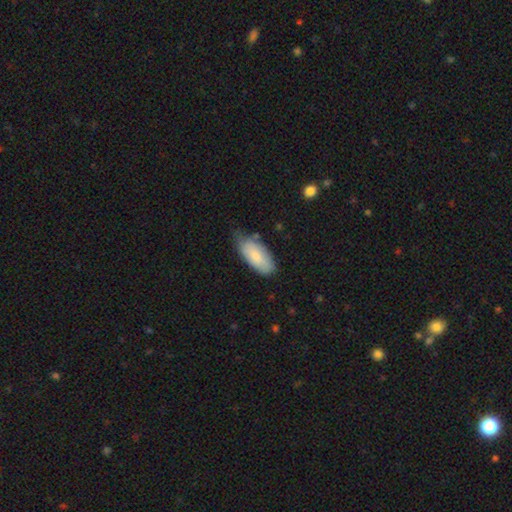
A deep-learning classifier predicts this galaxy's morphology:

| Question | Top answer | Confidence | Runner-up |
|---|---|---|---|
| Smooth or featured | smooth | 80% | featured or disk (15%) |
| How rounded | in between | 89% | cigar-shaped (9%) |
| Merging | none | 56% | minor disturbance (35%) |